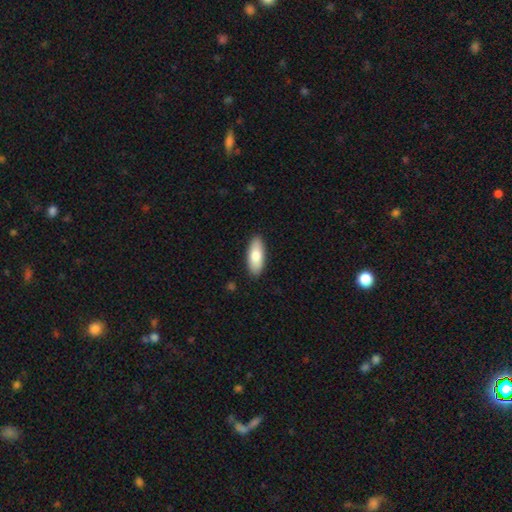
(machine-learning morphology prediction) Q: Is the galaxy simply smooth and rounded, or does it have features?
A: smooth — 79%.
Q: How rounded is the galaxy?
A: in between — 78%.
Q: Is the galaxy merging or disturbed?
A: none — 89%.